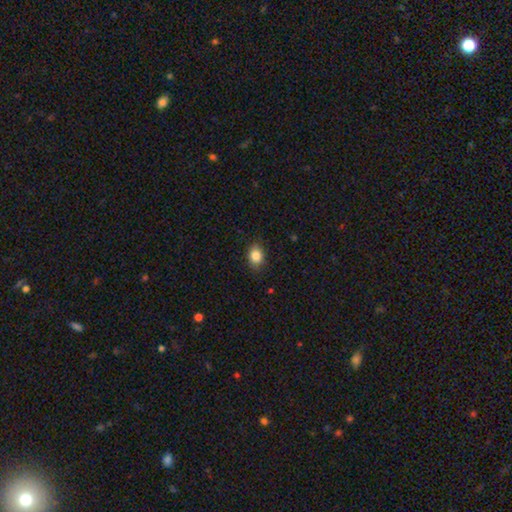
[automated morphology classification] Q: Smooth or featured?
A: smooth (85%); runner-up: star or artifact (9%)
Q: How rounded?
A: in between (69%); runner-up: round (30%)
Q: Merging?
A: none (80%); runner-up: minor disturbance (16%)